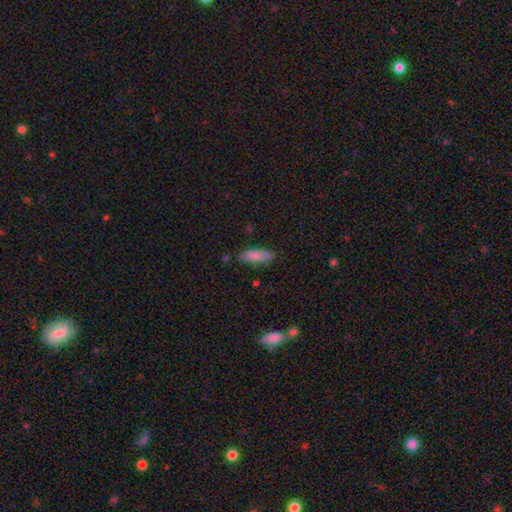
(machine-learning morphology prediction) The model was most divided on "how rounded": in between: 66%, cigar-shaped: 32%, round: 2%. More confident: smooth or featured — smooth (83%); merging — none (78%).